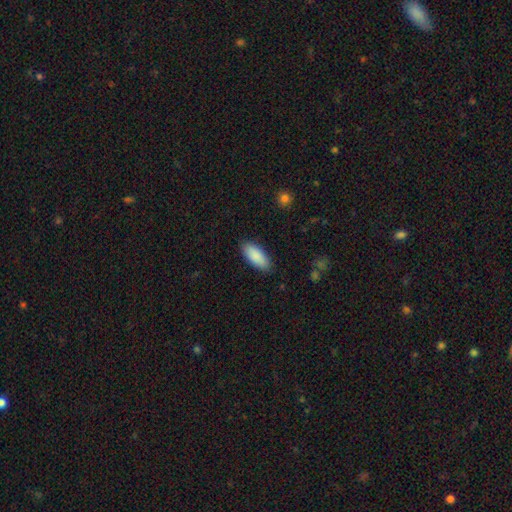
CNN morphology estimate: Smooth or featured: smooth — 89% (star or artifact — 6%)
How rounded: in between — 83% (cigar-shaped — 15%)
Merging: none — 87% (minor disturbance — 10%)